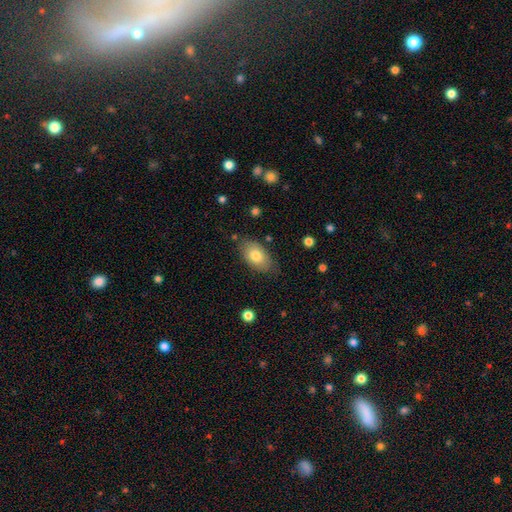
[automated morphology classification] smooth 78%, featured or disk 16%, star or artifact 6%. Down the decision tree: how rounded — in between (93%); merging — none (75%).